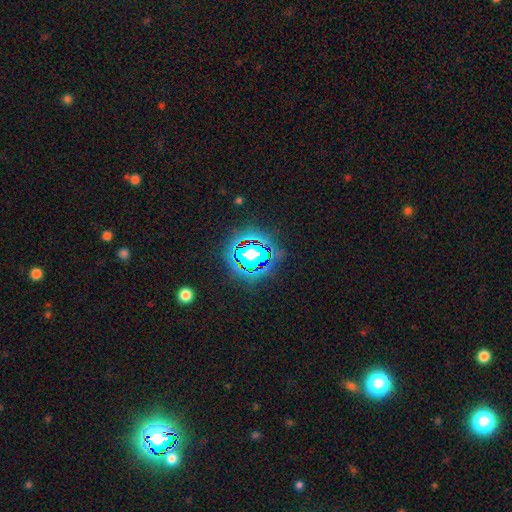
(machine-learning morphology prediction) Q: Smooth or featured?
A: star or artifact (79%); runner-up: smooth (13%)